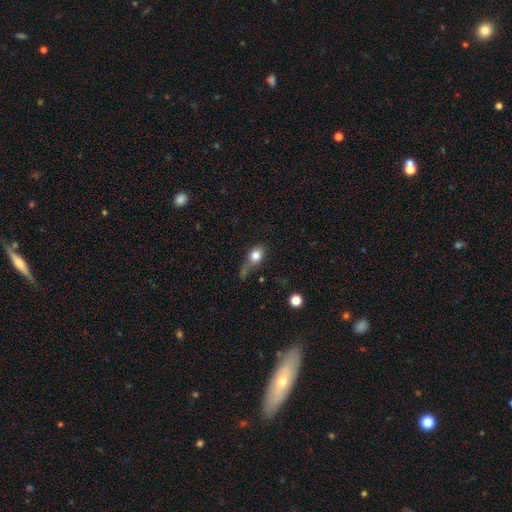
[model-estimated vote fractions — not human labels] Smooth or featured? smooth (77%)
How rounded? in between (59%)
Merging? none (36%)